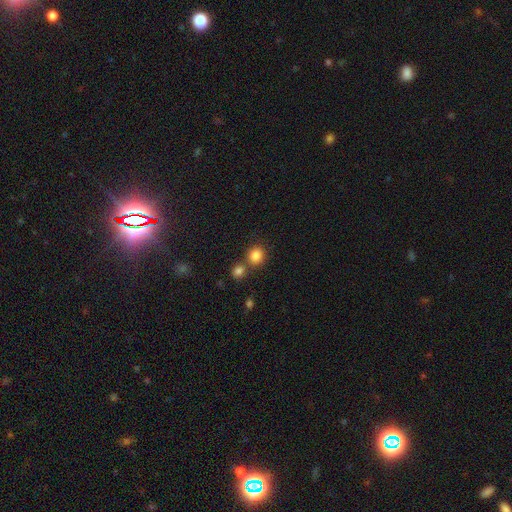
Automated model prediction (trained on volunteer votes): Smooth or featured? smooth (84%)
How rounded? round (84%)
Merging? none (64%)